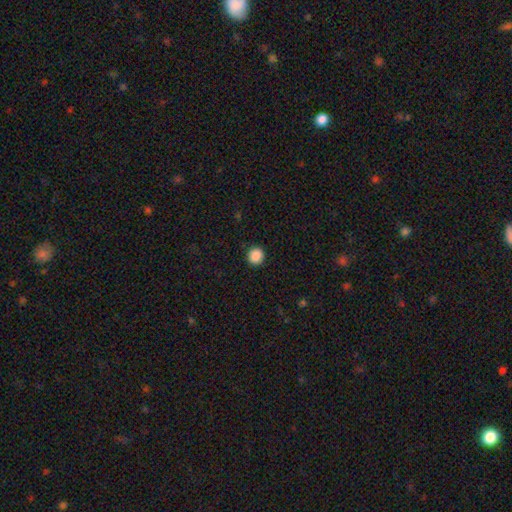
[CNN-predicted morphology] This is clearly a smooth galaxy (88%). How rounded: clearly round (91%). Merging: clearly none (92%).